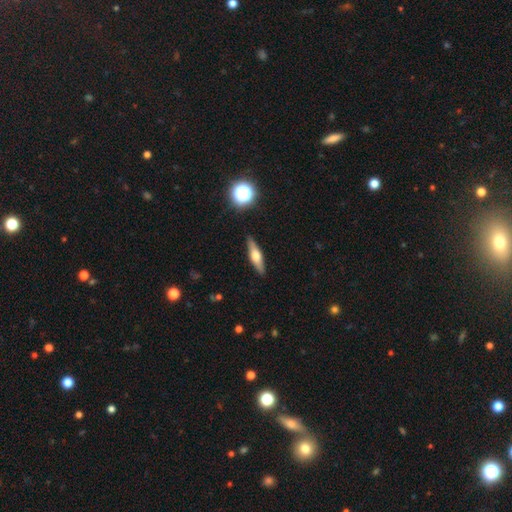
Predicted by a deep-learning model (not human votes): This is possibly a featured or disk galaxy (49%). Merging: clearly none (88%).